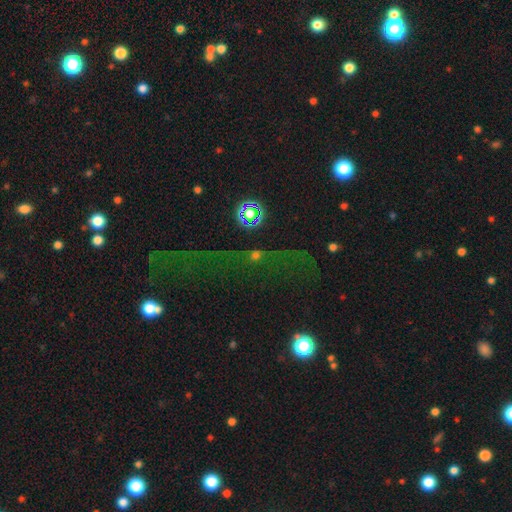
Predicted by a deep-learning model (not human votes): This is possibly a star or artifact rather than a galaxy (56%).